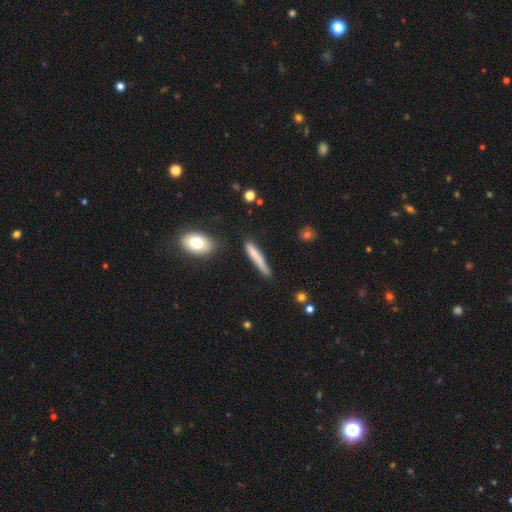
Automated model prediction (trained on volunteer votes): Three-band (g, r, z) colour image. It shows a smooth galaxy with no disk features (67%) that is cigar-shaped (91%). Merging: none (68%).